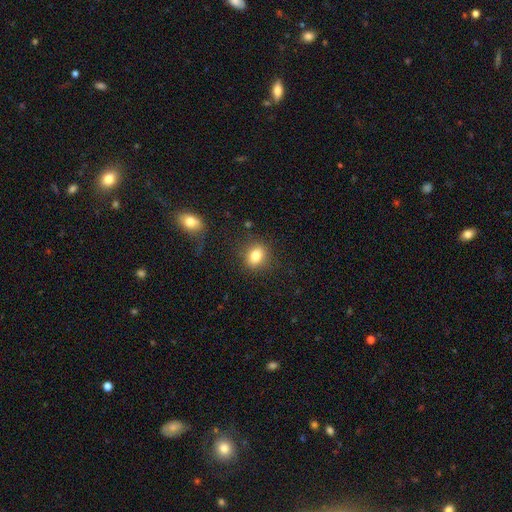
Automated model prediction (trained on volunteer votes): smooth_or_featured: smooth (p=0.83) [alt: star or artifact p=0.10]
how_rounded: in between (p=0.50) [alt: round p=0.49]
merging: none (p=0.84) [alt: minor disturbance p=0.11]